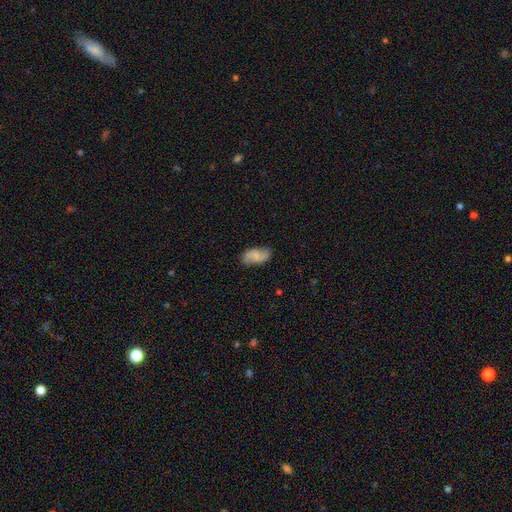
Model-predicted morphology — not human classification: Q: Smooth or featured?
A: smooth (59%); runner-up: featured or disk (33%)
Q: How rounded?
A: in between (93%); runner-up: round (4%)
Q: Merging?
A: none (76%); runner-up: minor disturbance (18%)